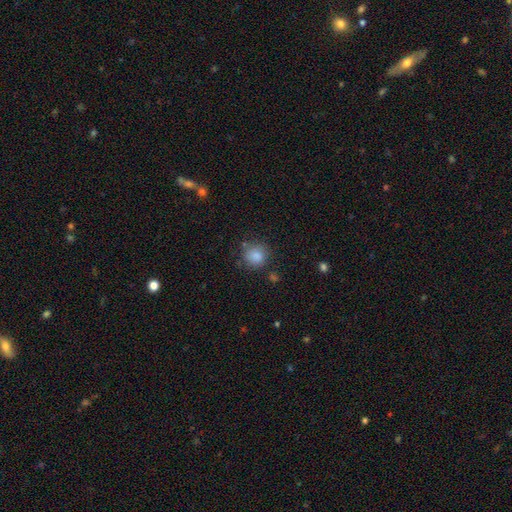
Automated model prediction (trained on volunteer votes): Morphology: type=smooth (85%); roundness=round (88%); merging=none (77%).